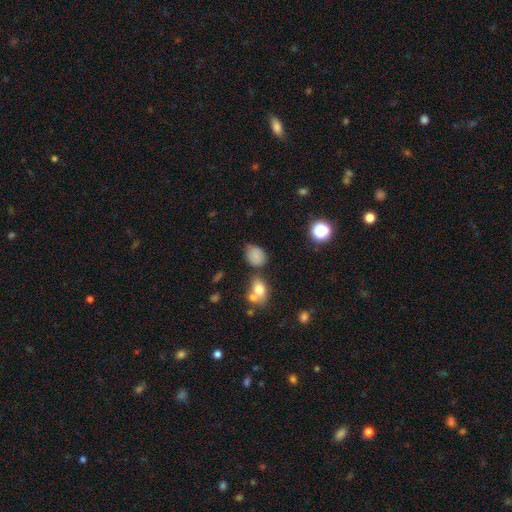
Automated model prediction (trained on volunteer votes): Morphology: type=smooth (78%); roundness=in between (55%); merging=none (57%).